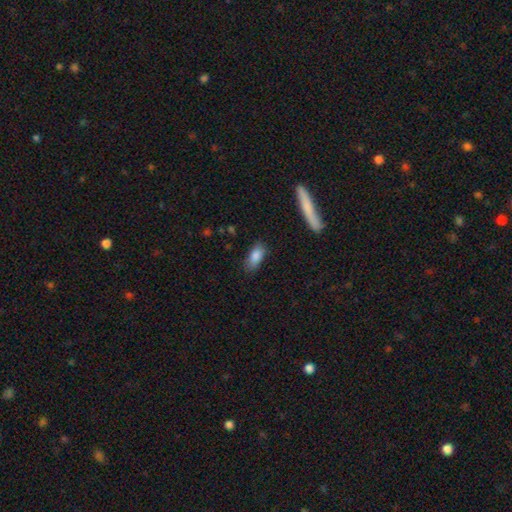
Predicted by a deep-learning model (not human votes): Smooth or featured?
  - smooth: 85% *
  - featured or disk: 8%
  - star or artifact: 7%
How rounded?
  - in between: 83% *
  - cigar-shaped: 14%
  - round: 3%
Merging?
  - none: 79% *
  - minor disturbance: 15%
  - major disturbance: 3%
  - merger: 2%